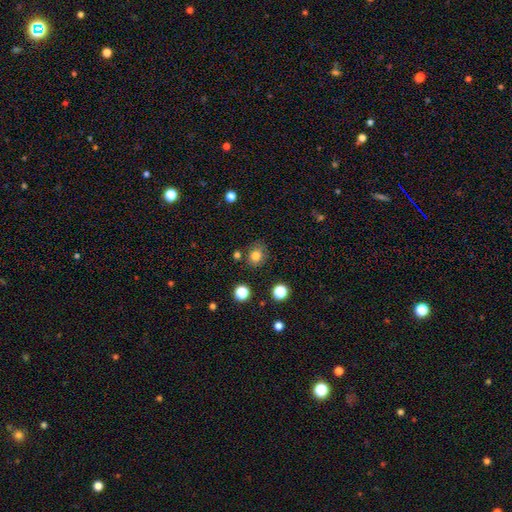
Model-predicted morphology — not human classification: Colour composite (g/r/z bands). It shows a smooth galaxy with no disk features (78%) that is round (73%). Merging: none (78%).